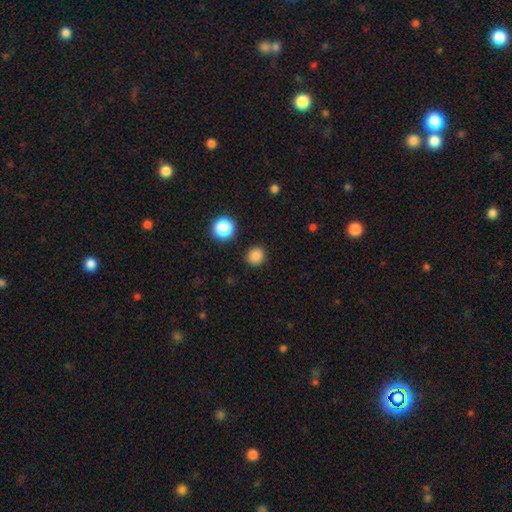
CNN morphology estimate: Overall: smooth (83%). How rounded: round (91%). Merging: none (89%).